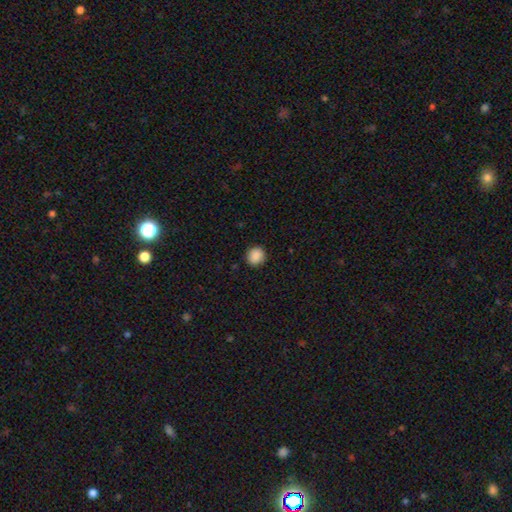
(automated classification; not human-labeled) smooth-or-featured: smooth: 89% | star or artifact: 9% | featured or disk: 3%
  how-rounded: round: 87% | in between: 12% | cigar-shaped: 1%
  merging: none: 90% | minor disturbance: 7% | major disturbance: 2% | merger: 1%